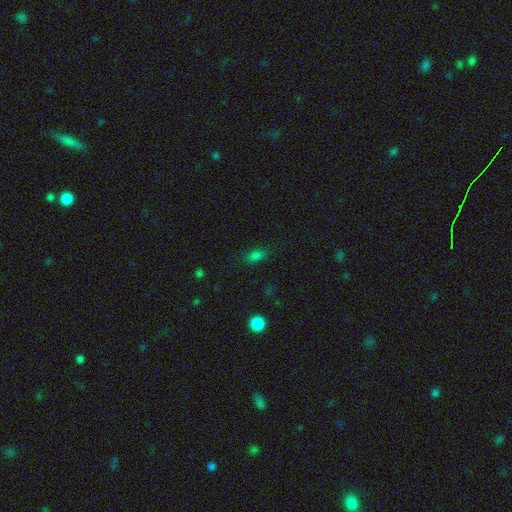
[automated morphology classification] Smooth or featured? Predicted: smooth (p=0.78). How rounded? Predicted: in between (p=0.83). Merging? Predicted: none (p=0.81).